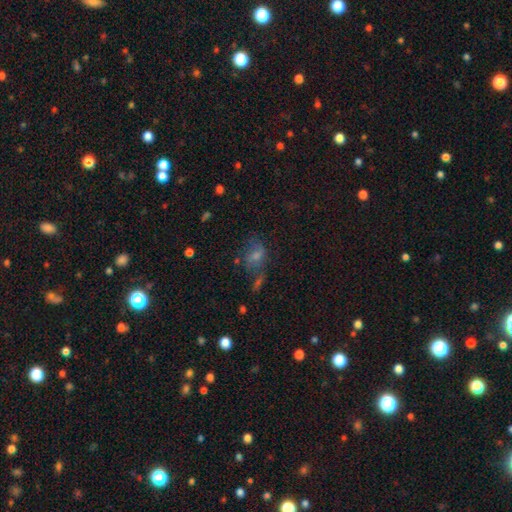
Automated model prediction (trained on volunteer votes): A smooth galaxy with no disk features (50%). Merging: none (39%).